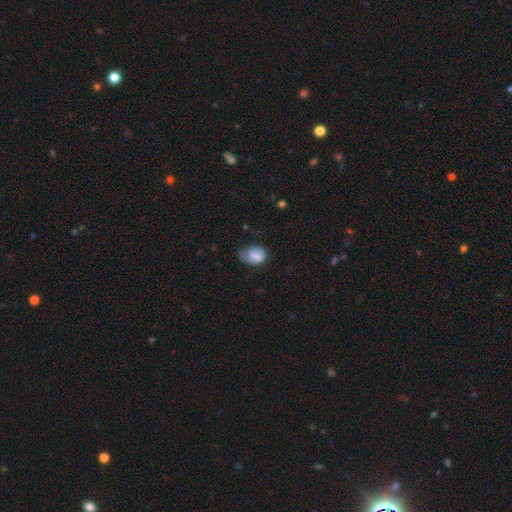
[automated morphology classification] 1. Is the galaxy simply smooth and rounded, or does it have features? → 75% smooth, 17% featured or disk, 8% star or artifact.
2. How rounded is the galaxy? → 67% in between, 31% round, 1% cigar-shaped.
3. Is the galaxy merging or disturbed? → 45% none, 37% minor disturbance, 16% major disturbance, 2% merger.